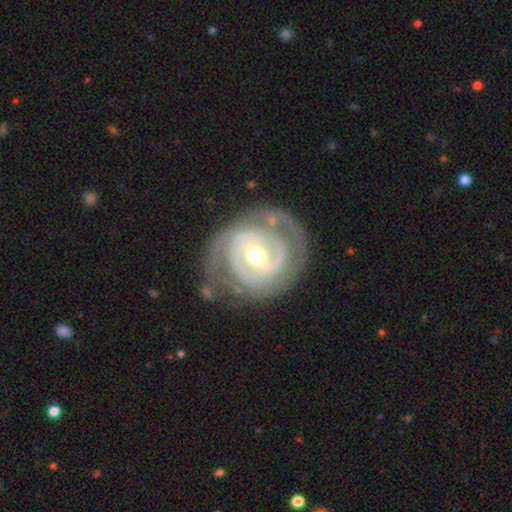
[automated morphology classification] This appears to be a featured or disk galaxy (84%) with a weak bar (42%), 2 (49%) tight (69%) spiral arms (85%) and a moderate central bulge (55%). Merging: none (70%).